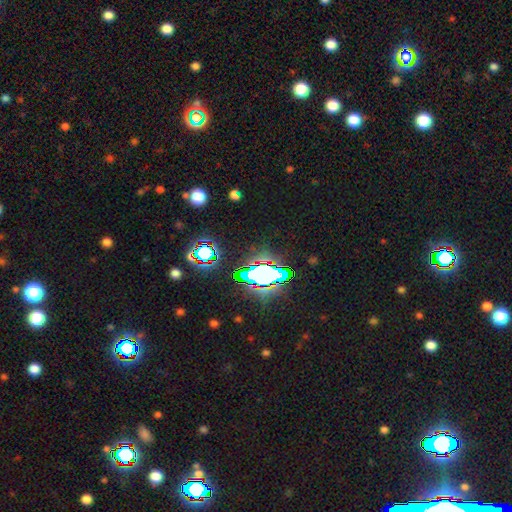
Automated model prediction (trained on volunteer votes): Smooth or featured? Predicted: star or artifact (p=0.79).